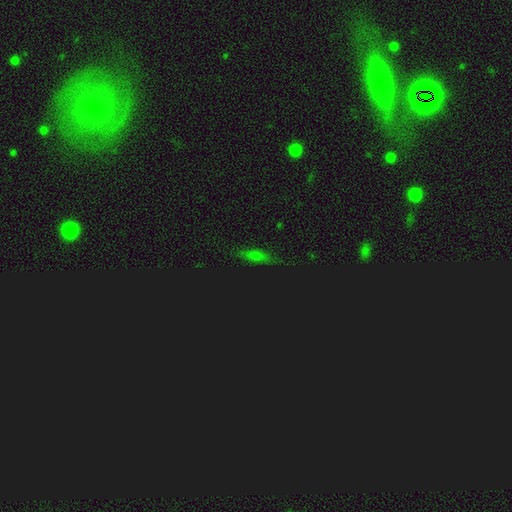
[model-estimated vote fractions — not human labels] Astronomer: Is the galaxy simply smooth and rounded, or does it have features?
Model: smooth — 47% (runner-up: star or artifact, 34%).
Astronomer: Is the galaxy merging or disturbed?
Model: none — 83%.